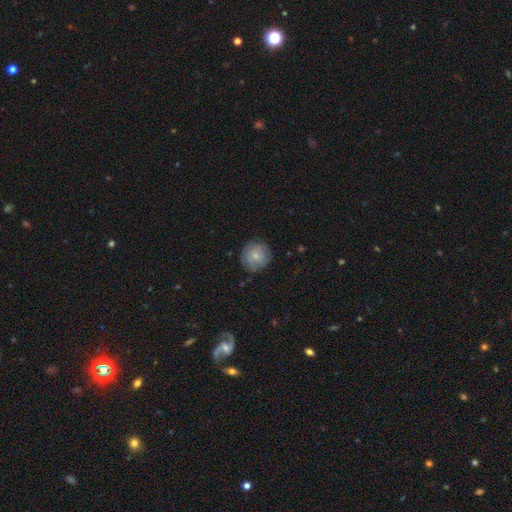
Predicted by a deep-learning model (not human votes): smooth_or_featured: smooth (p=0.62) [alt: featured or disk p=0.30]
how_rounded: round (p=0.92) [alt: in between p=0.07]
merging: none (p=0.79) [alt: minor disturbance p=0.15]